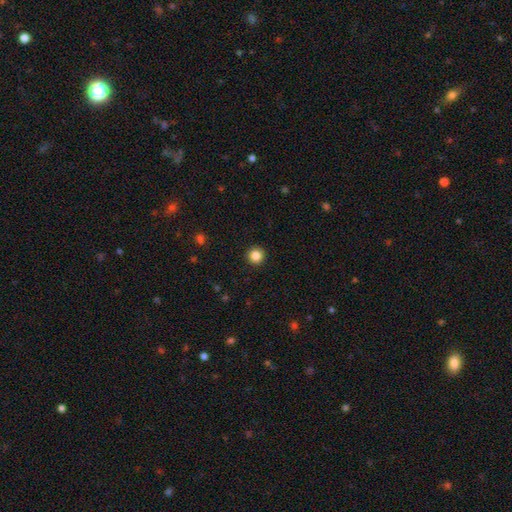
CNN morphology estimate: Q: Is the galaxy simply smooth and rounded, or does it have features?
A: smooth — 84%.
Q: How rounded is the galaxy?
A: round — 96%.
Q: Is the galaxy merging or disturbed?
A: none — 94%.